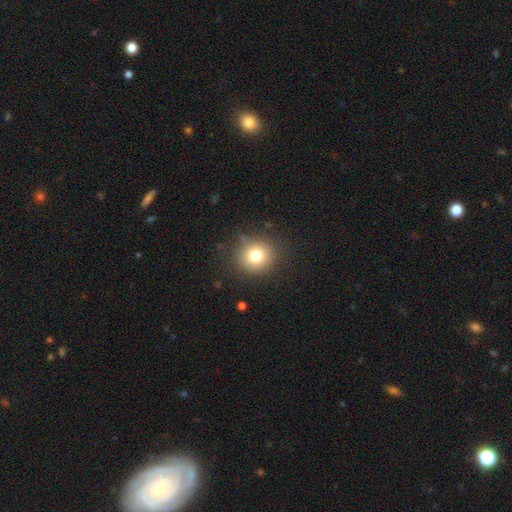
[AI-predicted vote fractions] The model was most divided on "smooth or featured": smooth: 77%, star or artifact: 13%, featured or disk: 10%. More confident: how rounded — round (89%); merging — none (86%).